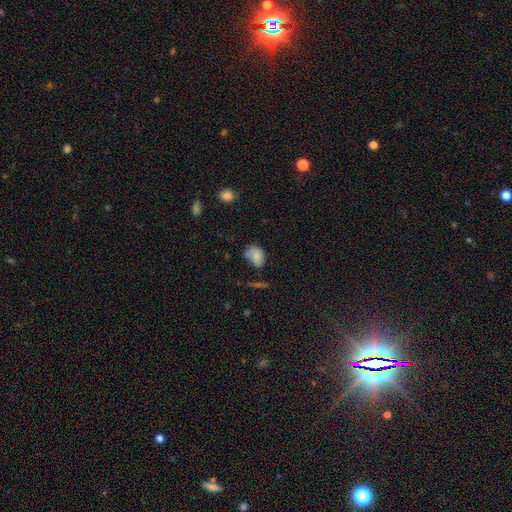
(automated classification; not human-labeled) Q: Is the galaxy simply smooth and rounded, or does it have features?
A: smooth — 71%.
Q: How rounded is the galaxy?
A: in between — 68%.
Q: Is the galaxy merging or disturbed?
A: none — 46%.